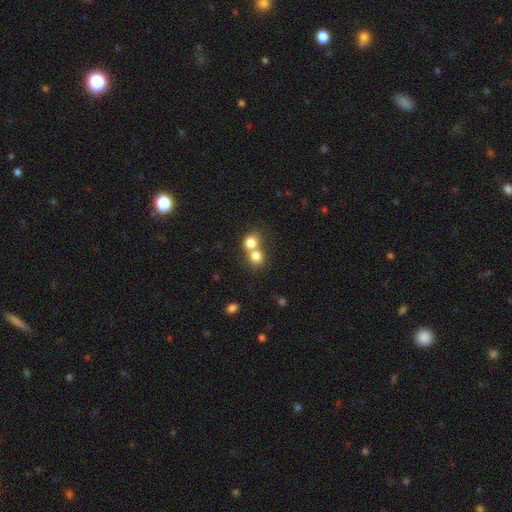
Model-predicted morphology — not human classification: This is likely a smooth galaxy (78%). How rounded: likely round (79%). Merging: likely merger (61%).